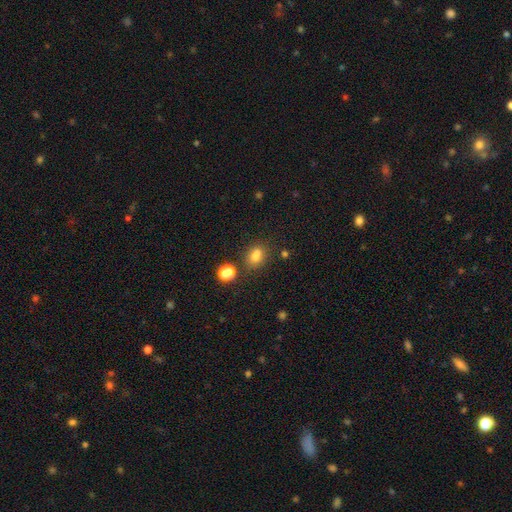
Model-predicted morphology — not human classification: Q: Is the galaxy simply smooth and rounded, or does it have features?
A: smooth — 73%.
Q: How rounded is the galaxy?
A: in between — 58%.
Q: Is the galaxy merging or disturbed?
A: none — 61%.